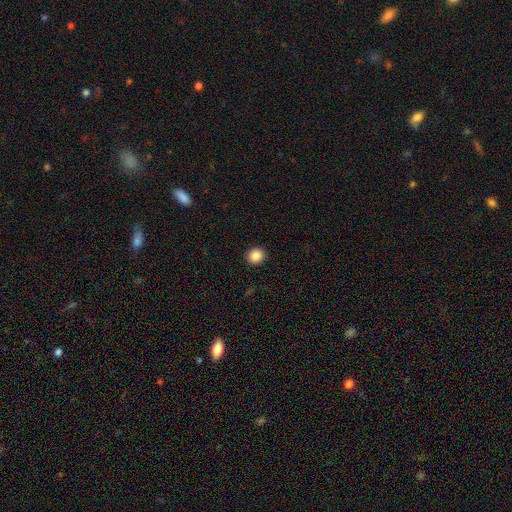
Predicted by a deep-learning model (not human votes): smooth_or_featured: smooth (p=0.87) [alt: star or artifact p=0.10]
how_rounded: round (p=0.90) [alt: in between p=0.09]
merging: none (p=0.93) [alt: minor disturbance p=0.05]